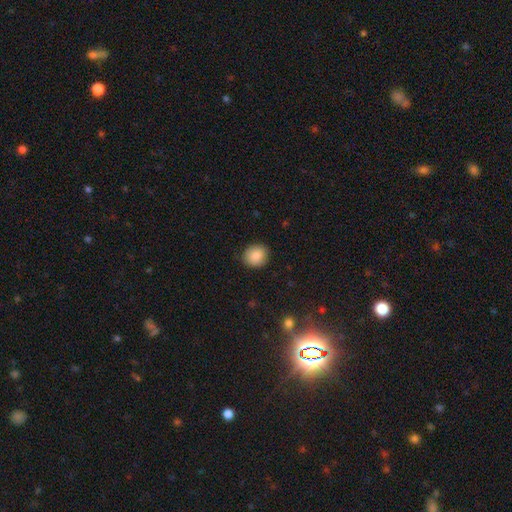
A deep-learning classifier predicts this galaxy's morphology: This is clearly a smooth galaxy (86%). How rounded: likely round (79%). Merging: clearly none (87%).